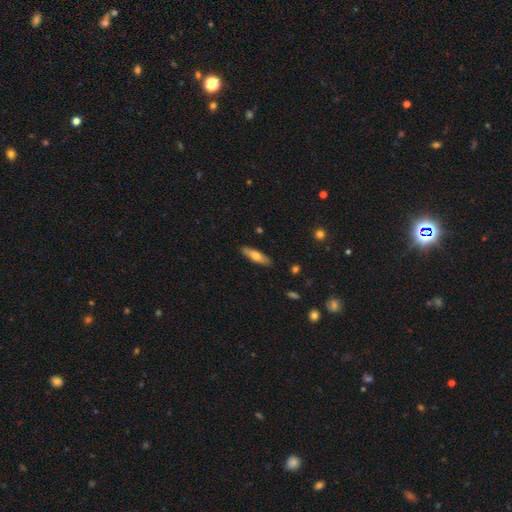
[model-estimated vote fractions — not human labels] This appears to be a smooth galaxy with no disk features (62%) that is cigar-shaped (67%). Merging: none (89%).